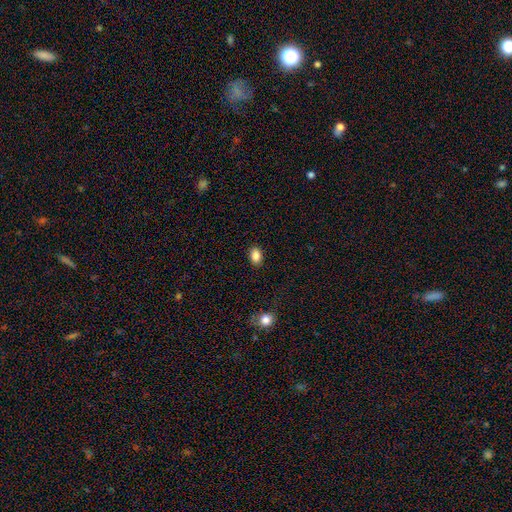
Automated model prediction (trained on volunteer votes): smooth_or_featured: smooth (p=0.87) [alt: star or artifact p=0.09]
how_rounded: in between (p=0.78) [alt: round p=0.21]
merging: none (p=0.89) [alt: minor disturbance p=0.08]